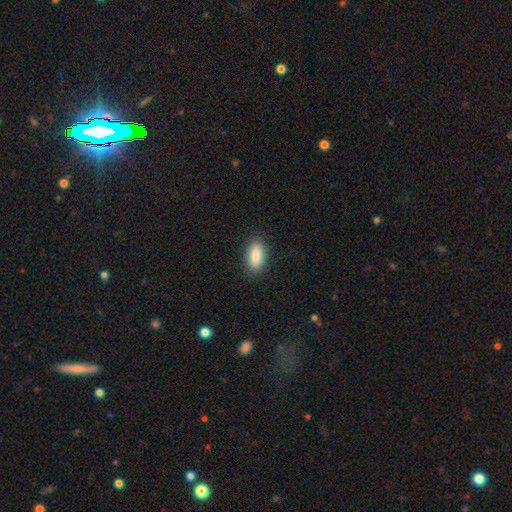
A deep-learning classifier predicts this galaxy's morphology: Smooth or featured? smooth (88%)
How rounded? in between (88%)
Merging? none (88%)